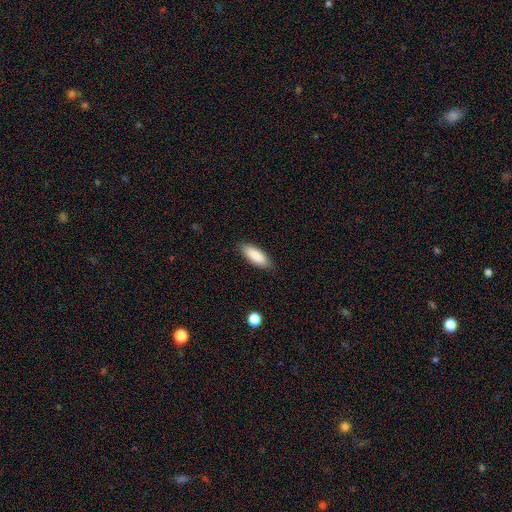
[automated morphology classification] Smooth or featured? Predicted: smooth (p=0.89). How rounded? Predicted: in between (p=0.74). Merging? Predicted: none (p=0.87).